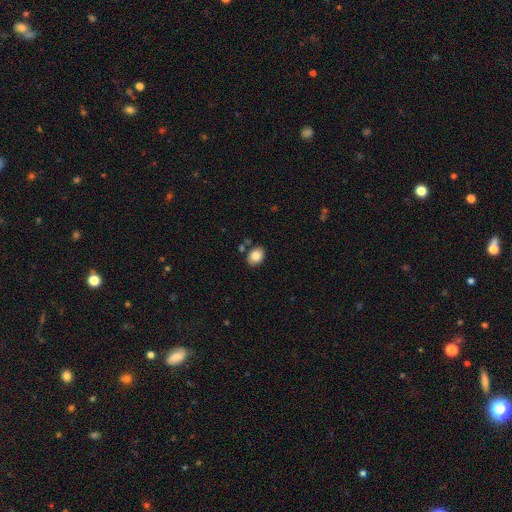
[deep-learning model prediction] Smooth or featured? smooth (86%)
How rounded? in between (58%)
Merging? none (79%)